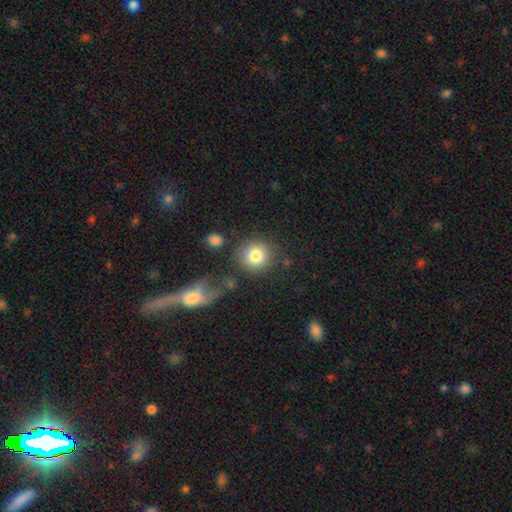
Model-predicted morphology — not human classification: Smooth or featured? smooth (82%)
How rounded? round (88%)
Merging? none (78%)